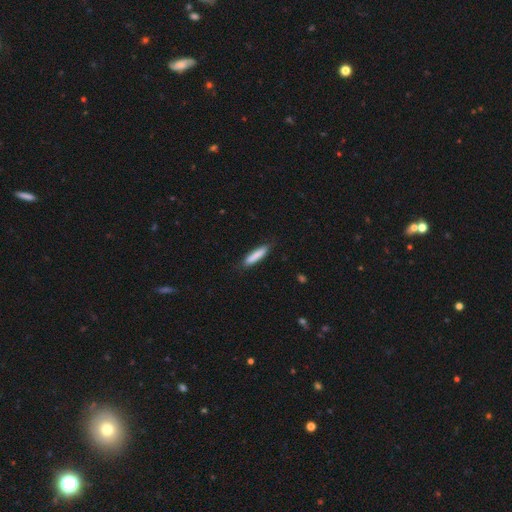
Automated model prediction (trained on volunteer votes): smooth-or-featured: smooth: 85% | featured or disk: 10% | star or artifact: 6%
  how-rounded: cigar-shaped: 85% | in between: 14% | round: 1%
  merging: none: 85% | minor disturbance: 11% | major disturbance: 2% | merger: 1%